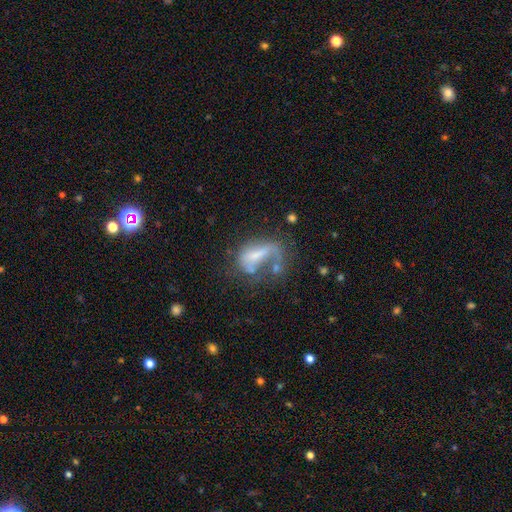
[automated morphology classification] Smooth or featured?
  - featured or disk: 51% *
  - smooth: 38%
  - star or artifact: 10%
Edge-on disk?
  - no: 94% *
  - yes: 6%
Merging?
  - major disturbance: 46% *
  - none: 24%
  - minor disturbance: 15%
  - merger: 15%